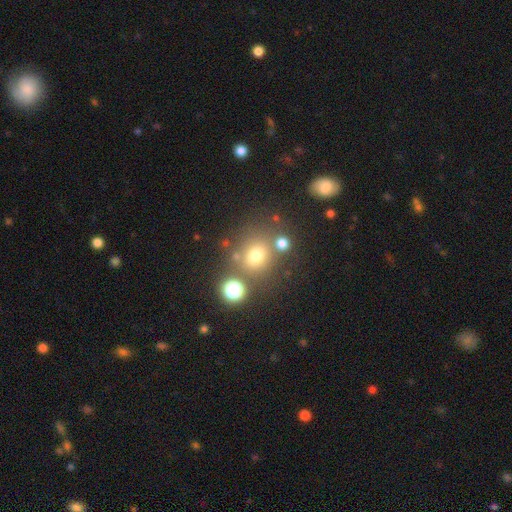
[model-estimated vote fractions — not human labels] This is likely a smooth galaxy (68%). How rounded: likely round (77%). Merging: likely none (68%).